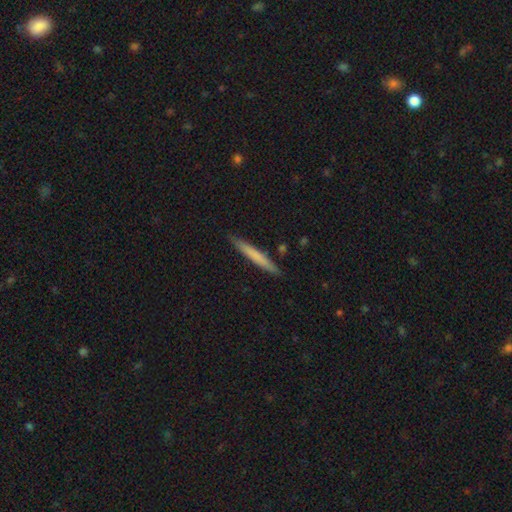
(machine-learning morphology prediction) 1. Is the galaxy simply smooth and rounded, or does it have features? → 67% smooth, 28% featured or disk, 5% star or artifact.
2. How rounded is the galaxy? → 96% cigar-shaped, 3% in between, 1% round.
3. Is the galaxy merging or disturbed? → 89% none, 8% minor disturbance, 2% merger, 1% major disturbance.